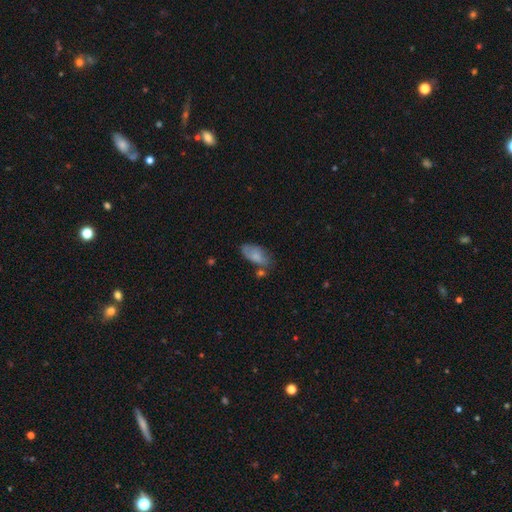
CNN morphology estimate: Smooth or featured? Predicted: smooth (p=0.76). How rounded? Predicted: in between (p=0.91). Merging? Predicted: none (p=0.53).